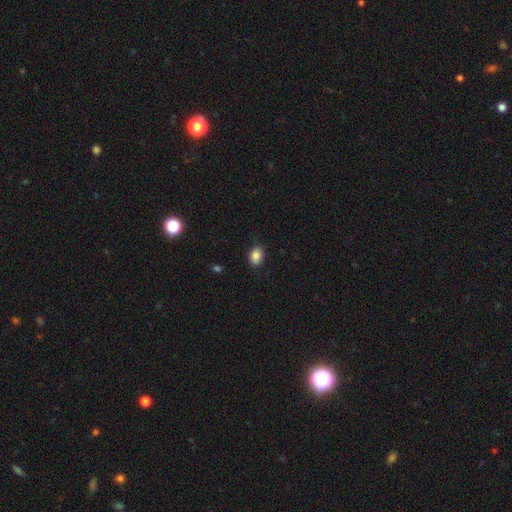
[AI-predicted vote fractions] Smooth or featured: smooth — 87% (star or artifact — 9%)
How rounded: in between — 60% (round — 39%)
Merging: none — 84% (minor disturbance — 12%)